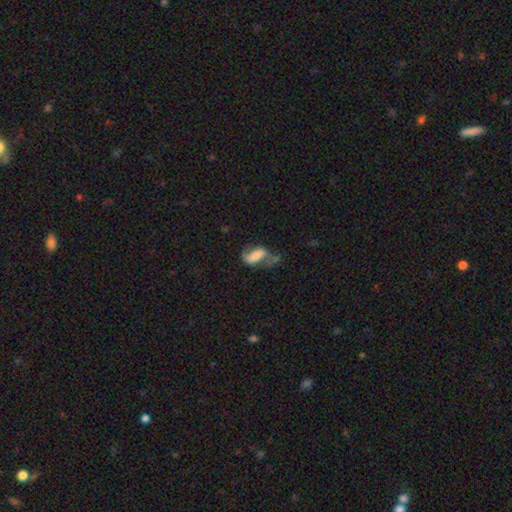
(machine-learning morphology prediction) Smooth or featured? Predicted: featured or disk (p=0.46). Merging? Predicted: none (p=0.32).